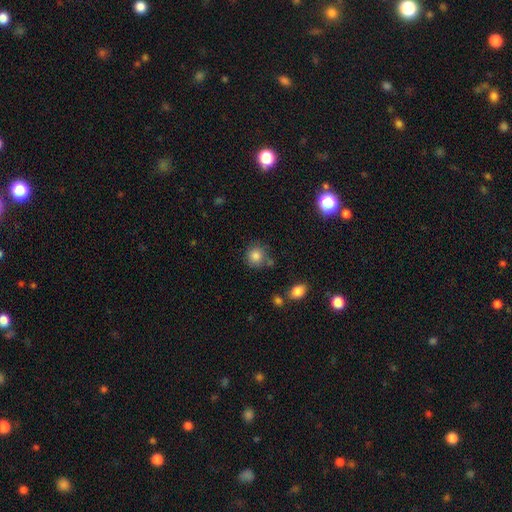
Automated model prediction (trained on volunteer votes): Overall: smooth (83%). How rounded: round (87%). Merging: none (72%).